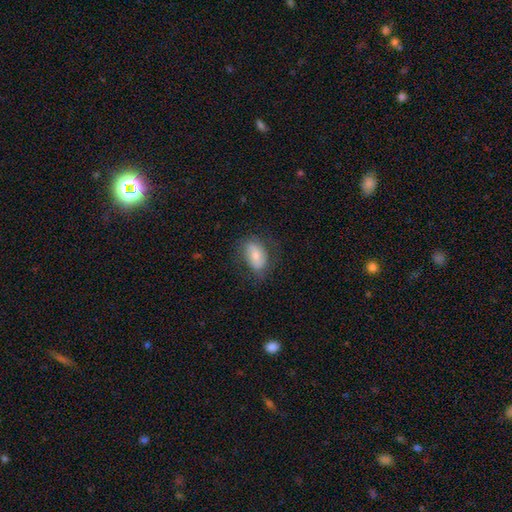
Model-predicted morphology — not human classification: smooth 59%, featured or disk 33%, star or artifact 7%. Down the decision tree: how rounded — in between (86%); merging — none (70%).